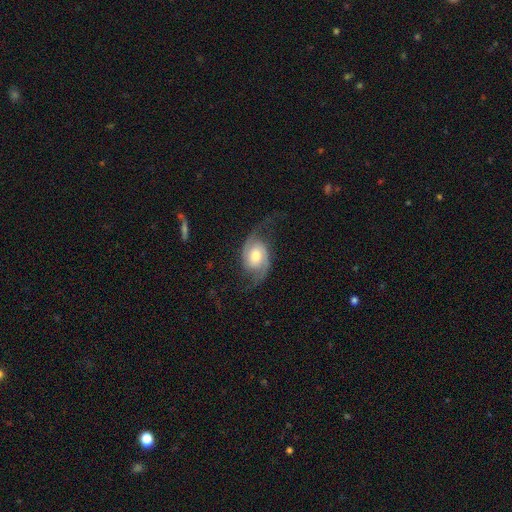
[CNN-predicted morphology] Smooth or featured: featured or disk — 84% (smooth — 10%)
Edge-on disk: no — 97% (yes — 3%)
Bar: no — 63% (weak — 31%)
Spiral arms: yes — 96% (no — 4%)
Spiral winding: loose — 50% (medium — 37%)
Spiral arm count: 2 — 93% (can't tell — 2%)
Bulge size: moderate — 62% (large — 19%)
Merging: none — 68% (minor disturbance — 17%)